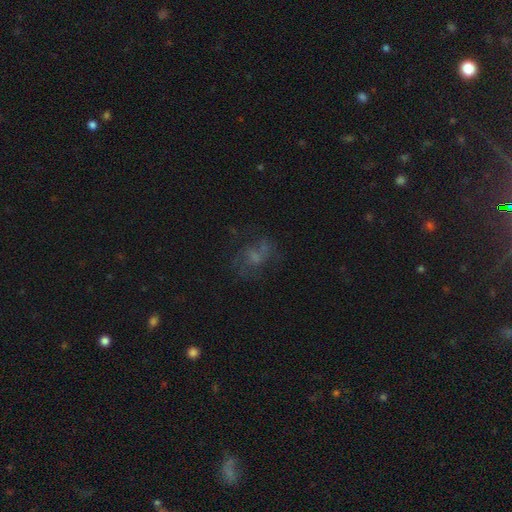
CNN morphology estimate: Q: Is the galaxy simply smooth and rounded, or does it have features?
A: featured or disk — 48%.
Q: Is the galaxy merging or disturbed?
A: none — 55%.